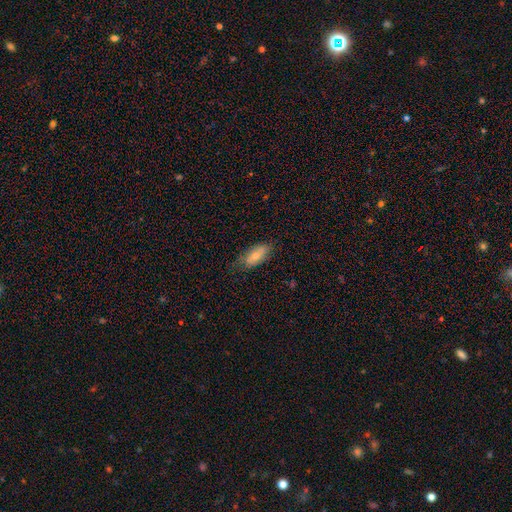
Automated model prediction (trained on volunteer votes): smooth-or-featured: smooth: 75% | featured or disk: 19% | star or artifact: 6%
  how-rounded: in between: 85% | cigar-shaped: 13% | round: 2%
  merging: none: 67% | minor disturbance: 26% | major disturbance: 6% | merger: 1%